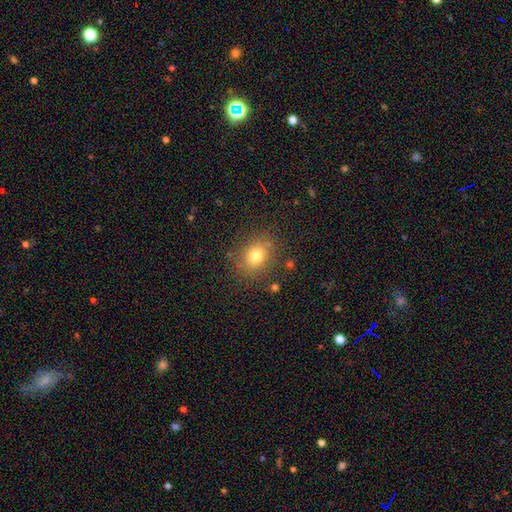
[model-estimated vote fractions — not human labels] Smooth or featured? smooth (76%)
How rounded? round (59%)
Merging? none (82%)